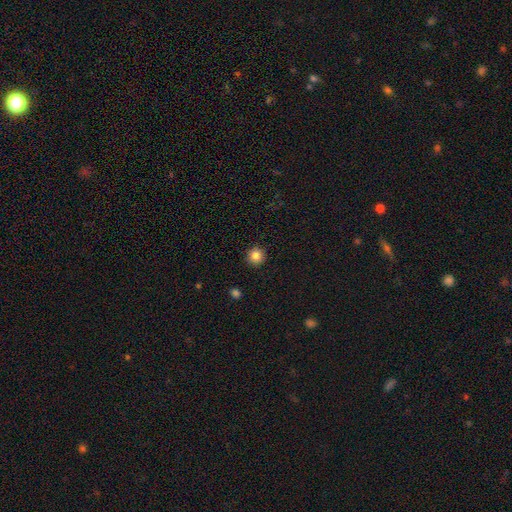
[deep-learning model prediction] Q: Smooth or featured?
A: smooth (85%); runner-up: star or artifact (11%)
Q: How rounded?
A: round (94%); runner-up: in between (5%)
Q: Merging?
A: none (91%); runner-up: minor disturbance (6%)